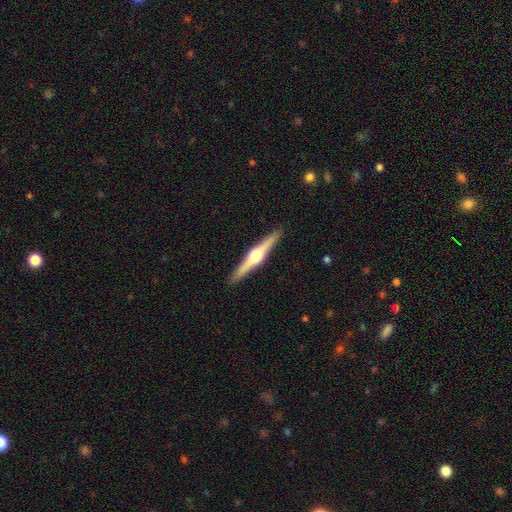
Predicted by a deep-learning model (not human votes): Smooth or featured?
  - featured or disk: 78% *
  - smooth: 17%
  - star or artifact: 5%
Edge-on disk?
  - yes: 98% *
  - no: 2%
Edge-on bulge?
  - rounded: 94% *
  - boxy: 4%
  - none: 2%
Merging?
  - none: 92% *
  - minor disturbance: 6%
  - major disturbance: 1%
  - merger: 1%